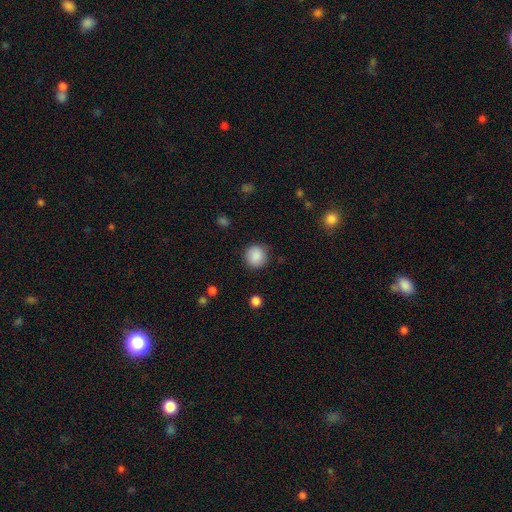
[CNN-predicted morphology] Overall: smooth (88%). How rounded: round (91%). Merging: none (88%).